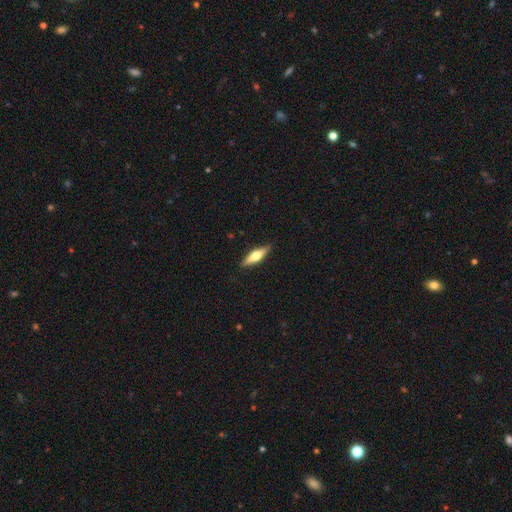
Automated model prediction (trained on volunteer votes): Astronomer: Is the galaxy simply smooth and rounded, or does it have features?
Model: featured or disk — 54% (runner-up: smooth, 41%).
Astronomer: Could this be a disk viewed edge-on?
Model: yes — 94%.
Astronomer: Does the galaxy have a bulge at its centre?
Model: rounded — 93%.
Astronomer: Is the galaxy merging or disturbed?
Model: none — 88%.